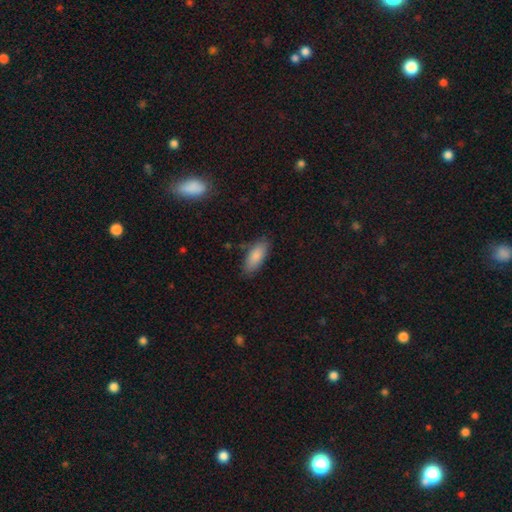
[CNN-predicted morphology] type=smooth (86%); roundness=in between (80%); merging=none (80%).